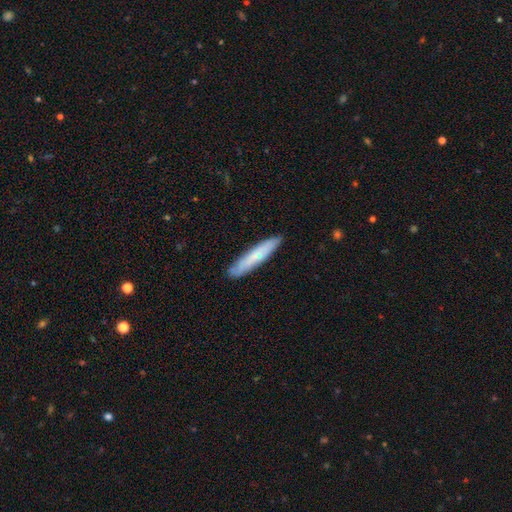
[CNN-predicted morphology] A smooth galaxy with no disk features (66%) that is cigar-shaped (90%). Merging: none (87%).